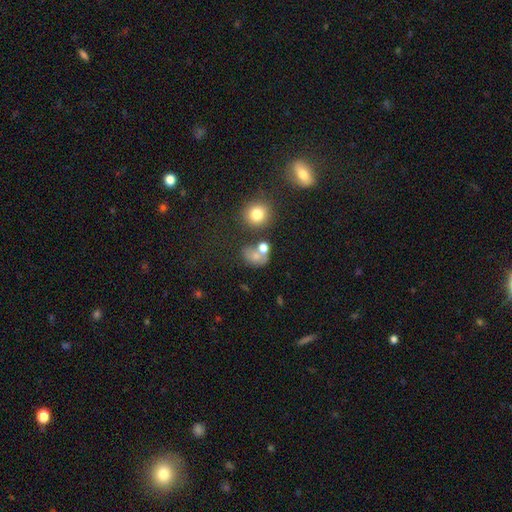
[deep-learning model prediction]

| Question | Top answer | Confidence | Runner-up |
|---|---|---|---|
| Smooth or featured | smooth | 68% | featured or disk (16%) |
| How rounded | in between | 49% | tied: round (49%) |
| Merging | none | 43% | merger (32%) |